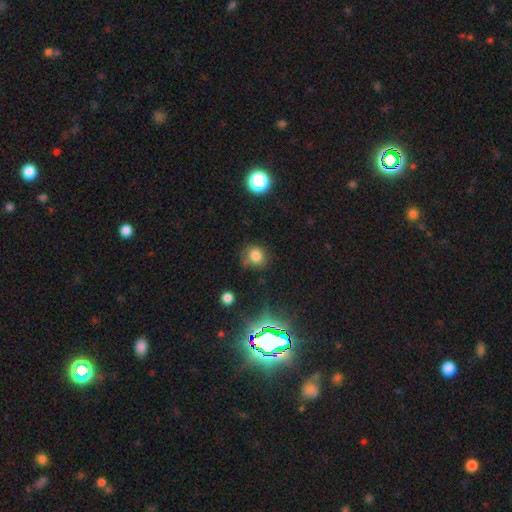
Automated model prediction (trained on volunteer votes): smooth-or-featured: smooth: 76% | star or artifact: 16% | featured or disk: 8%
  how-rounded: round: 70% | in between: 29% | cigar-shaped: 1%
  merging: none: 68% | minor disturbance: 21% | major disturbance: 7% | merger: 3%